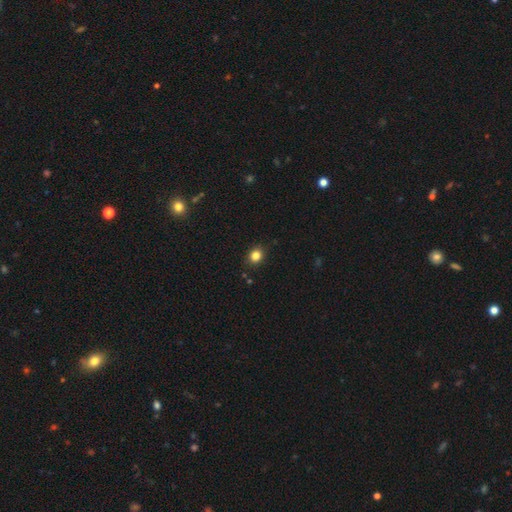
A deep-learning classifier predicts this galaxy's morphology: type=smooth (83%); roundness=round (67%); merging=none (89%).